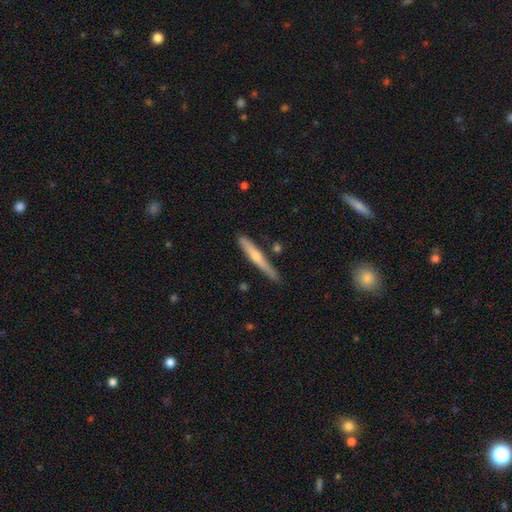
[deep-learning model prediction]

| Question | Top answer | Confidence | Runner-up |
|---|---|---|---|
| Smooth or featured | featured or disk | 60% | smooth (32%) |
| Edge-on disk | yes | 95% | no (5%) |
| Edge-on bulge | rounded | 78% | none (17%) |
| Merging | none | 82% | minor disturbance (13%) |